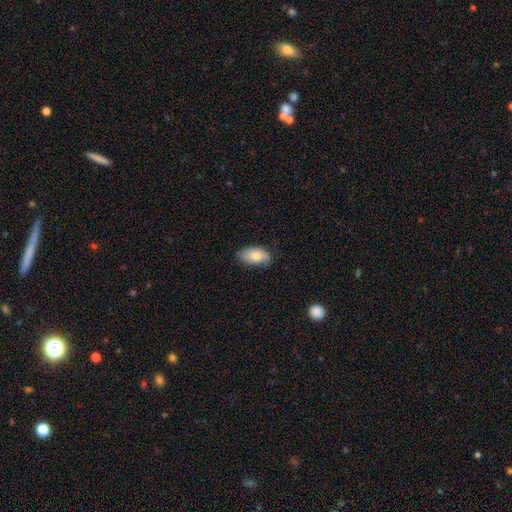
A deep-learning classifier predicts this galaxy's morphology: smooth-or-featured: smooth: 77% | featured or disk: 17% | star or artifact: 6%
  how-rounded: in between: 93% | round: 4% | cigar-shaped: 2%
  merging: none: 71% | minor disturbance: 24% | major disturbance: 4% | merger: 1%